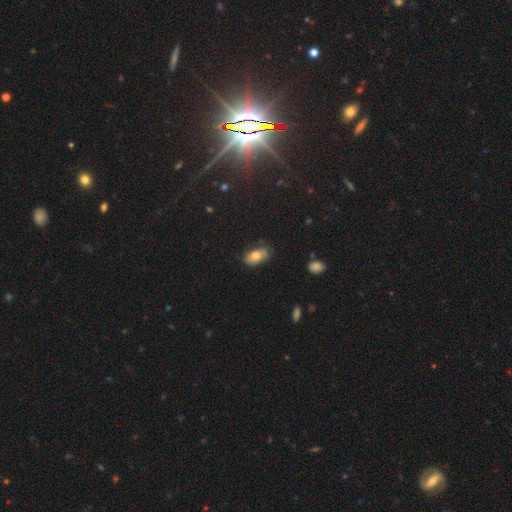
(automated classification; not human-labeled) This is likely a smooth galaxy (70%). How rounded: clearly in between (91%). Merging: likely none (68%).